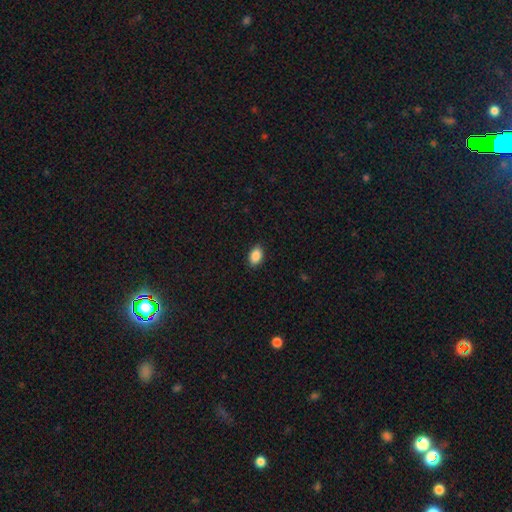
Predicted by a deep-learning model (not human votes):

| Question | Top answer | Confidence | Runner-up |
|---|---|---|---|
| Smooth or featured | smooth | 89% | star or artifact (8%) |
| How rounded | in between | 90% | round (8%) |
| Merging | none | 88% | minor disturbance (9%) |